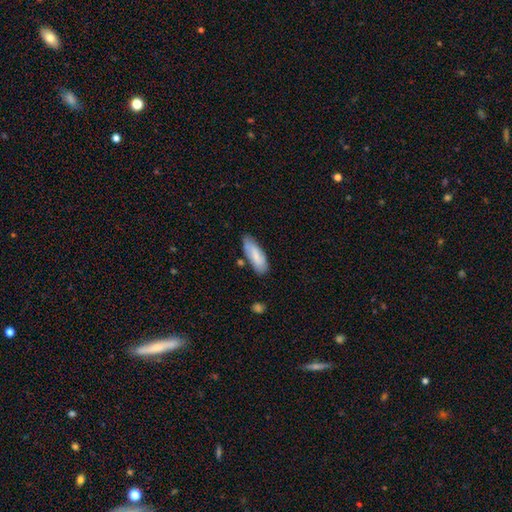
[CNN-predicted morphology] Smooth or featured? smooth (72%)
How rounded? in between (67%)
Merging? none (69%)